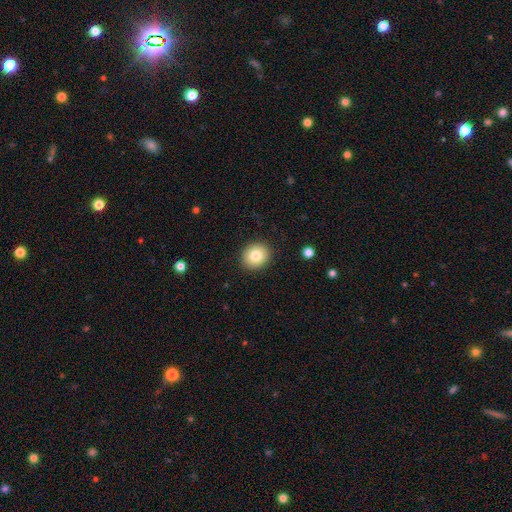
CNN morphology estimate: This is clearly a smooth galaxy (81%). How rounded: likely round (77%). Merging: clearly none (91%).